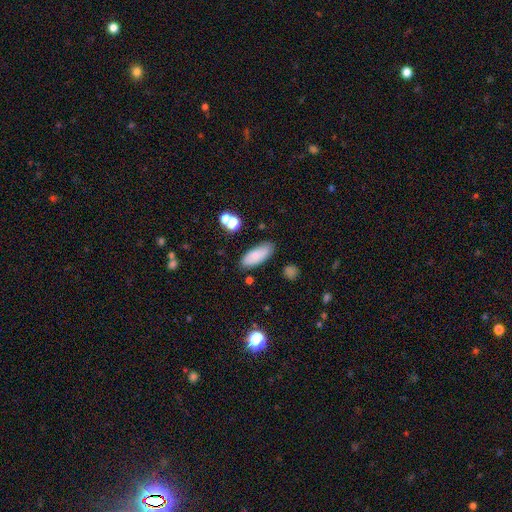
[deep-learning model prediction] A smooth galaxy with no disk features (79%) that is in between round and cigar-shaped (78%). Merging: none (78%).